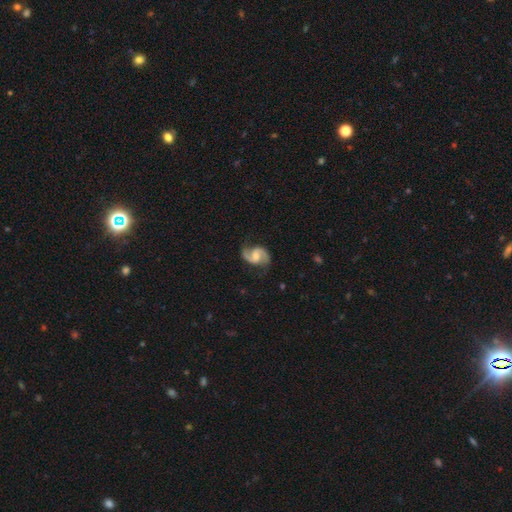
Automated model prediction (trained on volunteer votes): Smooth or featured?
  - featured or disk: 89% *
  - smooth: 6%
  - star or artifact: 5%
Edge-on disk?
  - no: 98% *
  - yes: 2%
Bar?
  - weak: 45% *
  - no: 43%
  - strong: 12%
Spiral arms?
  - yes: 98% *
  - no: 2%
Spiral winding?
  - medium: 52% *
  - loose: 34%
  - tight: 13%
Spiral arm count?
  - 2: 94% *
  - can't tell: 2%
  - 1: 1%
  - 3: 1%
  - 4: 1%
  - more than 4: 1%
Bulge size?
  - moderate: 52% *
  - small: 31%
  - none: 10%
  - large: 6%
  - dominant: 1%
Merging?
  - none: 80% *
  - minor disturbance: 14%
  - major disturbance: 5%
  - merger: 1%